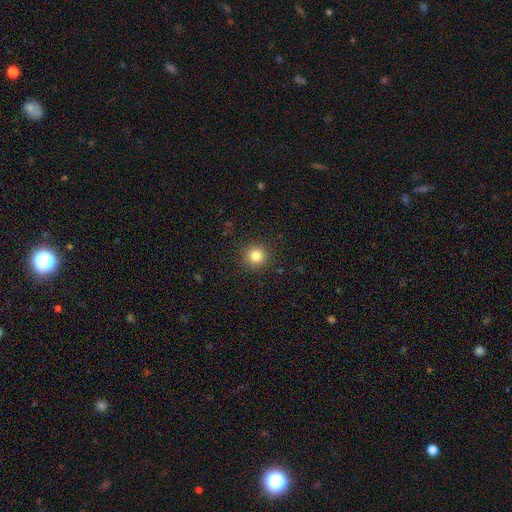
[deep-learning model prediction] This appears to be a smooth galaxy with no disk features (82%) that is round (95%). Merging: none (91%).